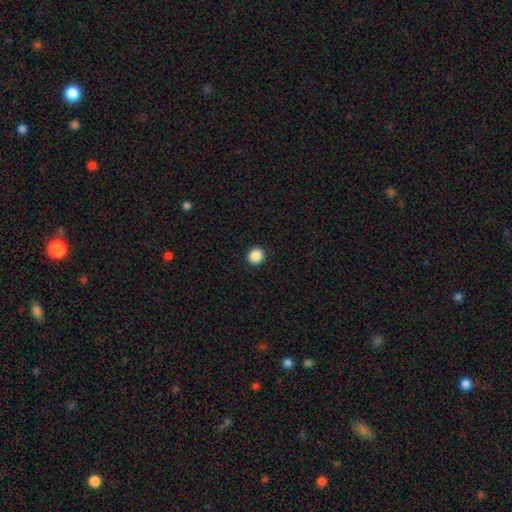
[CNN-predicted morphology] This is clearly a smooth galaxy (89%). How rounded: clearly round (89%). Merging: clearly none (93%).